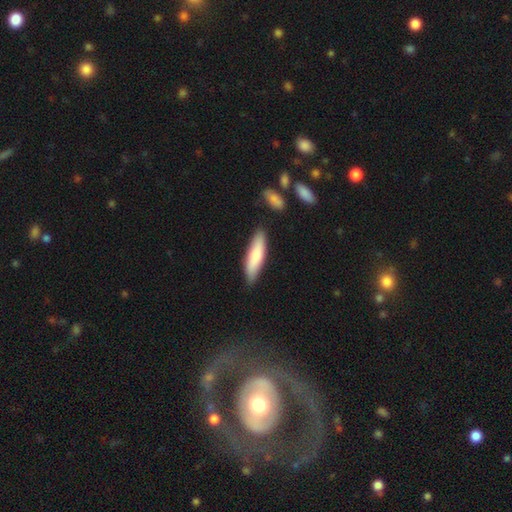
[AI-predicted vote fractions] smooth 76%, featured or disk 19%, star or artifact 5%. Down the decision tree: how rounded — cigar-shaped (63%); merging — none (82%).